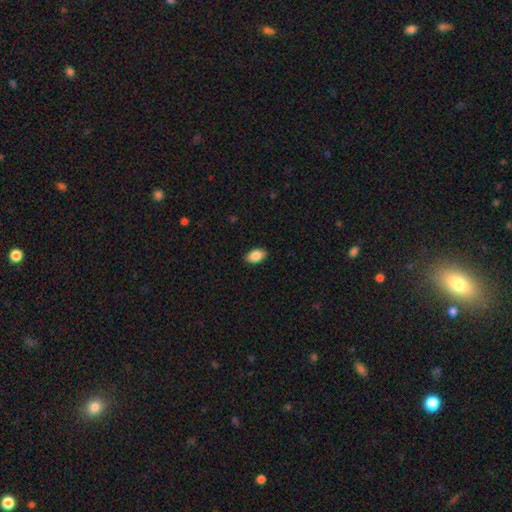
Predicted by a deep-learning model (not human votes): The model was most divided on "merging": none: 88%, minor disturbance: 9%, major disturbance: 2%, merger: 1%. More confident: how rounded — in between (91%); smooth or featured — smooth (87%).